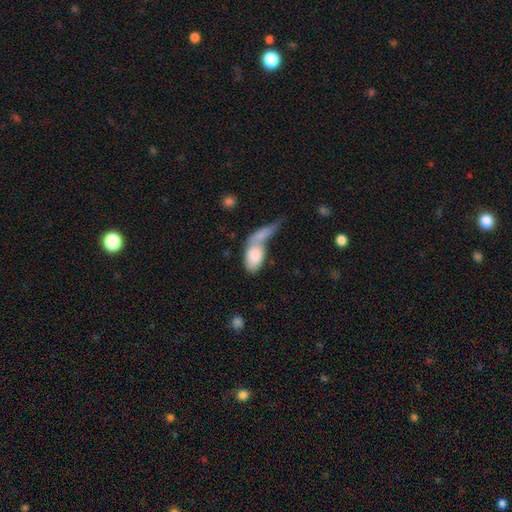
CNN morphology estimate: type=smooth (80%); roundness=in between (90%); merging=merger (63%).